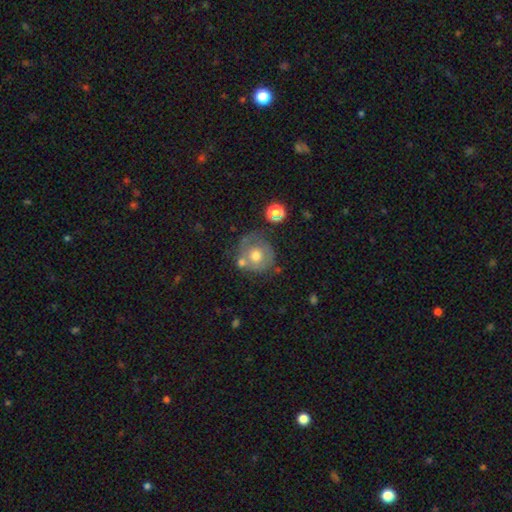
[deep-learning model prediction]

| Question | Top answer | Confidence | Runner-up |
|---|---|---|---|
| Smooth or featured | smooth | 55% | featured or disk (36%) |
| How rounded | round | 87% | in between (12%) |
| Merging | none | 54% | minor disturbance (20%) |